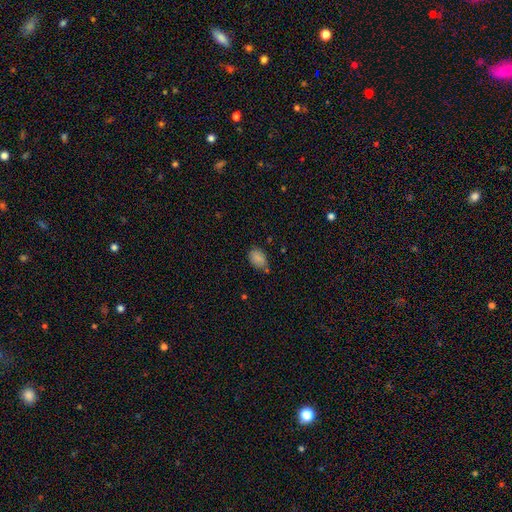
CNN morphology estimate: Smooth or featured?
  - smooth: 79% *
  - star or artifact: 15%
  - featured or disk: 7%
How rounded?
  - in between: 84% *
  - round: 14%
  - cigar-shaped: 2%
Merging?
  - none: 67% *
  - minor disturbance: 24%
  - major disturbance: 5%
  - merger: 4%